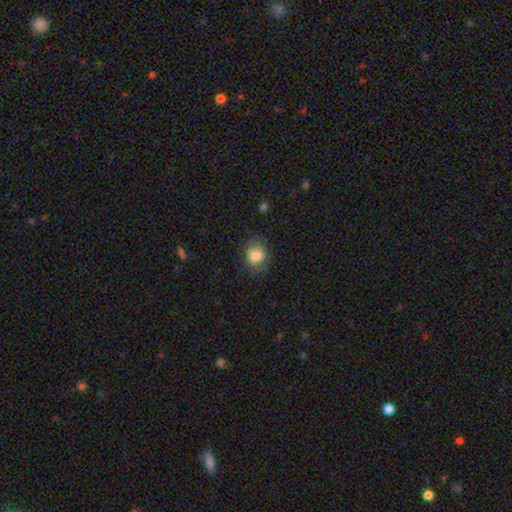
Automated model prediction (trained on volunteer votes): A smooth galaxy with no disk features (78%) that is round (70%).

Vote fractions:
- Smooth or featured? smooth: 78% / featured or disk: 13% / star or artifact: 9%
- How rounded? round: 70% / in between: 29% / cigar-shaped: 1%
- Merging? none: 73% / minor disturbance: 18% / major disturbance: 7% / merger: 1%